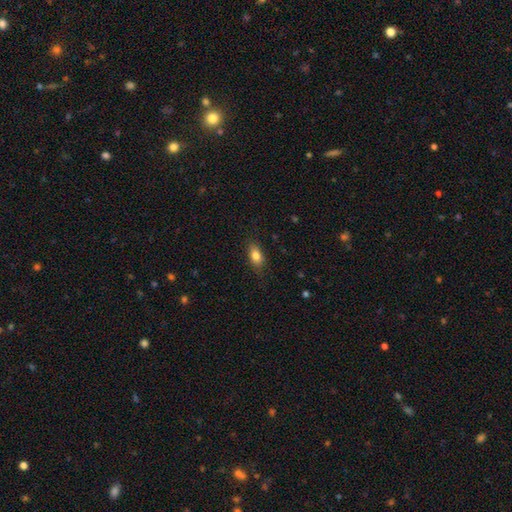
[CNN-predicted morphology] smooth 83%, featured or disk 9%, star or artifact 8%. Down the decision tree: how rounded — in between (85%); merging — none (82%).